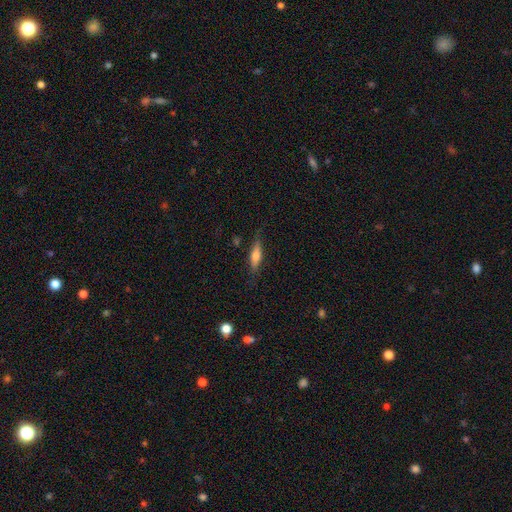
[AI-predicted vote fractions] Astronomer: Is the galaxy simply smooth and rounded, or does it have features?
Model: smooth — 52% (runner-up: featured or disk, 41%).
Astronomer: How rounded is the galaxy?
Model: cigar-shaped — 69%.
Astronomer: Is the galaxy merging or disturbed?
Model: none — 79%.